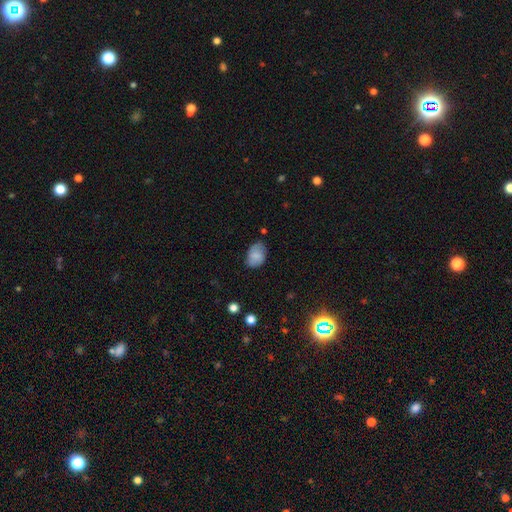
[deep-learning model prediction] Overall: smooth (75%). How rounded: in between (82%). Merging: none (70%).